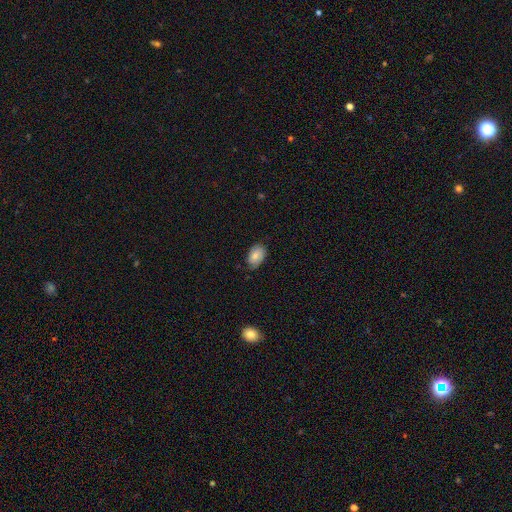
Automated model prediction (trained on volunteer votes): This is likely a smooth galaxy (77%). How rounded: clearly in between (89%). Merging: likely none (71%).